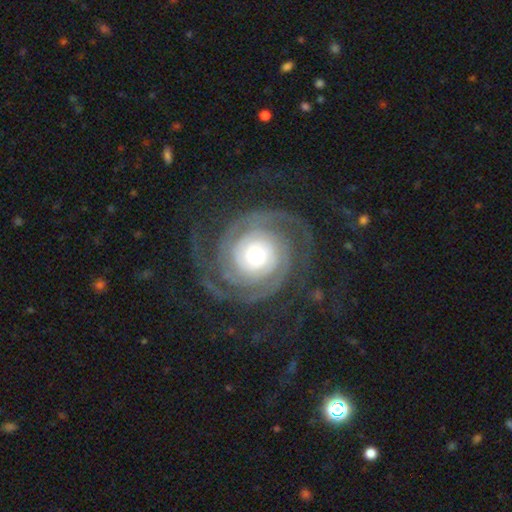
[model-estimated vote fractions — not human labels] Smooth or featured? featured or disk (92%)
Edge-on disk? no (98%)
Bar? no (76%)
Spiral arms? yes (98%)
Spiral winding? tight (77%)
Spiral arm count? 2 (53%)
Bulge size? moderate (55%)
Merging? none (75%)